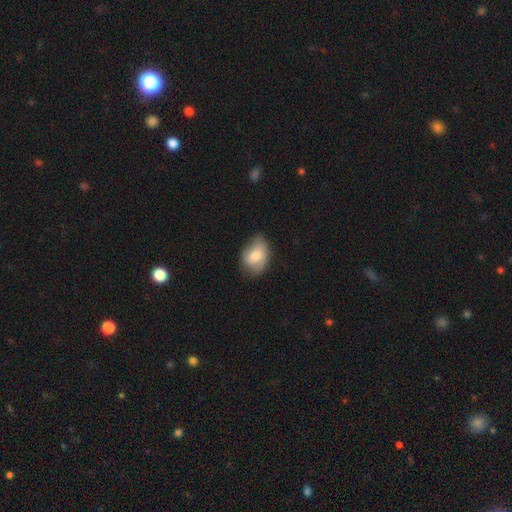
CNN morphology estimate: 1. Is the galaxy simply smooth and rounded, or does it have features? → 72% smooth, 21% featured or disk, 7% star or artifact.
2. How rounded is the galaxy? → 76% in between, 23% round, 1% cigar-shaped.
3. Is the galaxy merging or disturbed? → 62% none, 31% minor disturbance, 6% major disturbance, 1% merger.